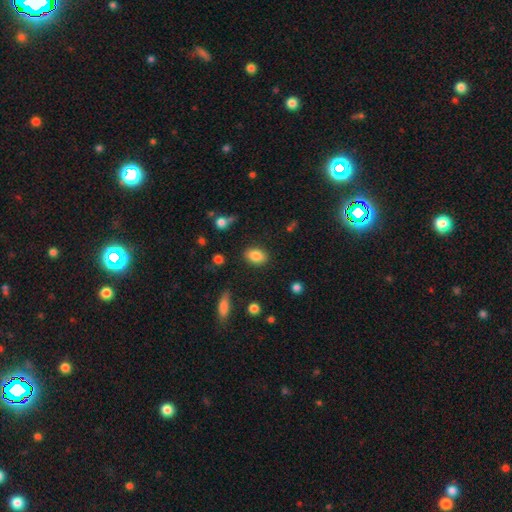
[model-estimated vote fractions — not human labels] smooth_or_featured: smooth (p=0.84) [alt: star or artifact p=0.08]
how_rounded: in between (p=0.83) [alt: round p=0.15]
merging: none (p=0.85) [alt: minor disturbance p=0.10]